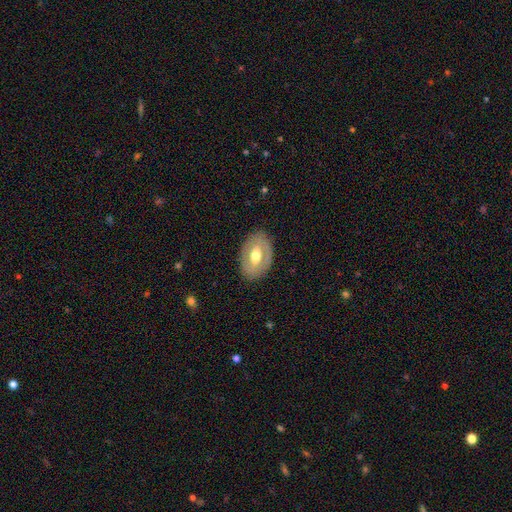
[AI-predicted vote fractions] smooth_or_featured: featured or disk (p=0.51) [alt: smooth p=0.43]
disk_edge_on: no (p=0.90) [alt: yes p=0.10]
merging: none (p=0.83) [alt: minor disturbance p=0.12]